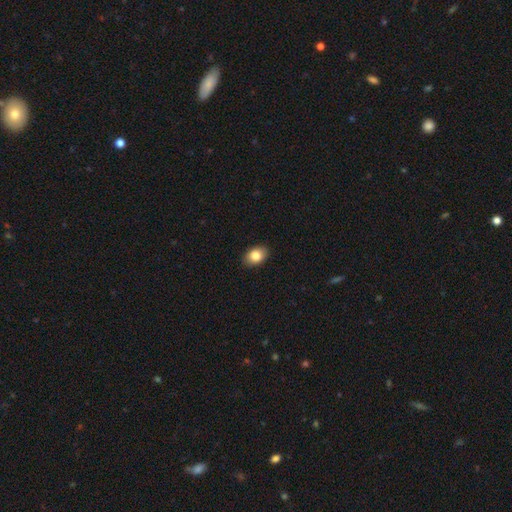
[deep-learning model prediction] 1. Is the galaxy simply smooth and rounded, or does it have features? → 84% smooth, 8% star or artifact, 8% featured or disk.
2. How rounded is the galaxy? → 79% in between, 20% round, 1% cigar-shaped.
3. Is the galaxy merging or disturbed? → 89% none, 8% minor disturbance, 2% major disturbance, 1% merger.